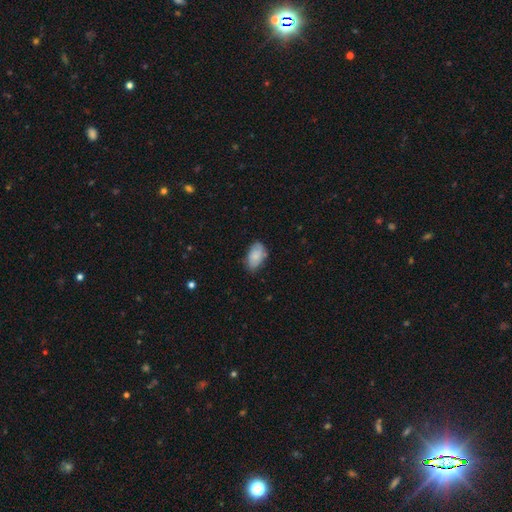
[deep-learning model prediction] Smooth or featured? Predicted: smooth (p=0.72). How rounded? Predicted: in between (p=0.93). Merging? Predicted: none (p=0.70).